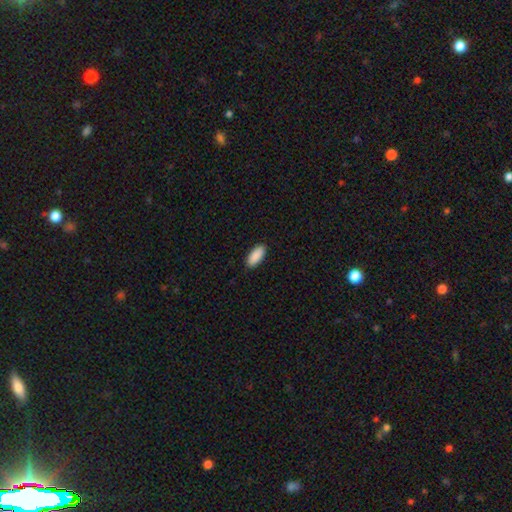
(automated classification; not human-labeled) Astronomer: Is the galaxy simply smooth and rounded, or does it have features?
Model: smooth — 91%.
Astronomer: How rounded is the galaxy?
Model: in between — 87%.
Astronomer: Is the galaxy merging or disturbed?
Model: none — 89%.